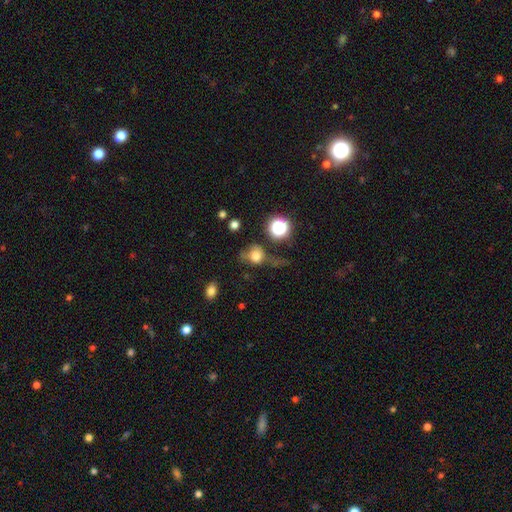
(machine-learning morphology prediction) Smooth or featured?
  - smooth: 68% *
  - featured or disk: 16%
  - star or artifact: 16%
How rounded?
  - round: 71% *
  - in between: 27%
  - cigar-shaped: 2%
Merging?
  - none: 39% *
  - major disturbance: 28%
  - minor disturbance: 24%
  - merger: 9%